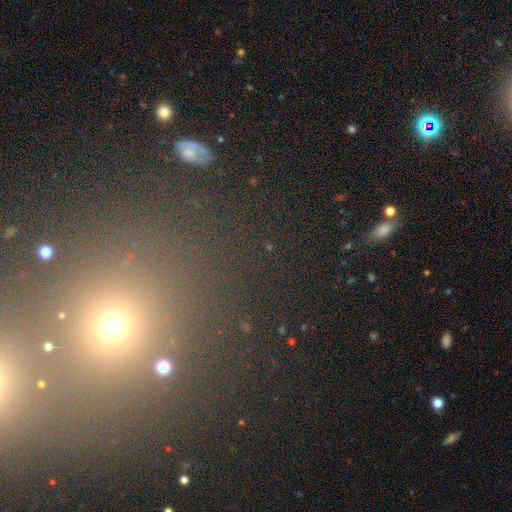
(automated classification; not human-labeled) Smooth or featured? star or artifact (52%)